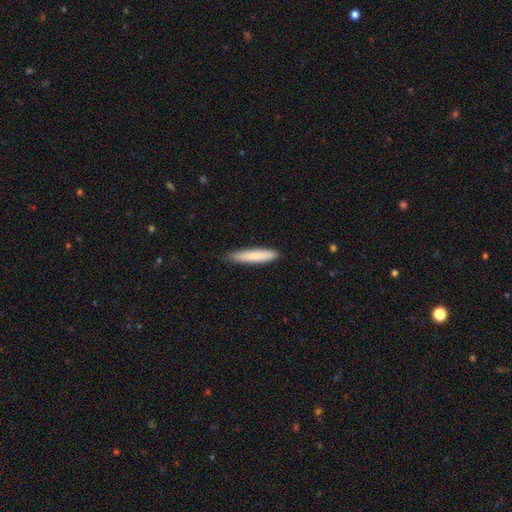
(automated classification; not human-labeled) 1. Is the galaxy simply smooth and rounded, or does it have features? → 82% smooth, 13% featured or disk, 6% star or artifact.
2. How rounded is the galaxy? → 89% cigar-shaped, 10% in between, 1% round.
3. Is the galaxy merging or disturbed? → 85% none, 12% minor disturbance, 2% major disturbance, 1% merger.